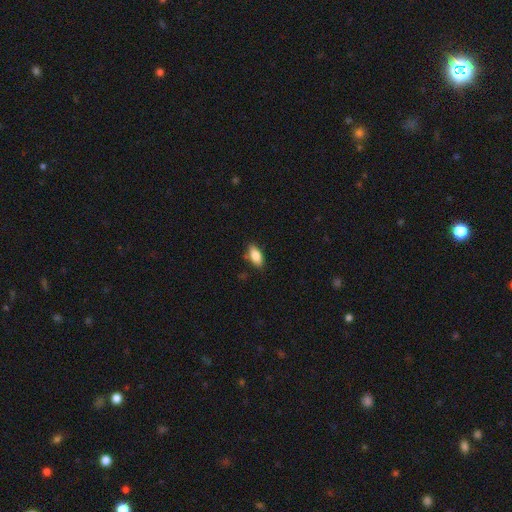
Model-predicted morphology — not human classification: Smooth or featured? Predicted: smooth (p=0.84). How rounded? Predicted: in between (p=0.87). Merging? Predicted: none (p=0.80).